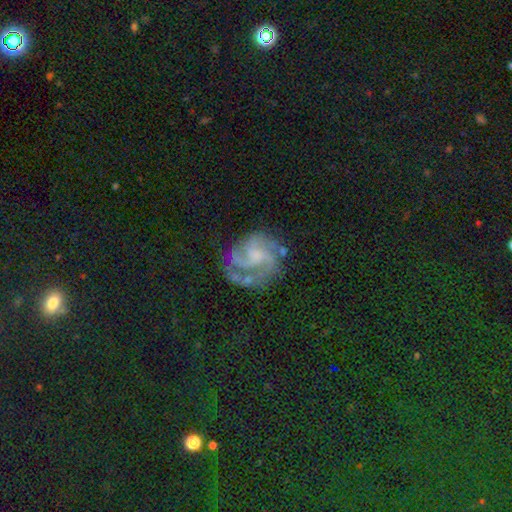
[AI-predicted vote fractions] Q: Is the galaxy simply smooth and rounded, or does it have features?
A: featured or disk — 82%.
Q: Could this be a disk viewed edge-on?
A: no — 98%.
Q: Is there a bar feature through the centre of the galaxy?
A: no — 52%.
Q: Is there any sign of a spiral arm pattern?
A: yes — 94%.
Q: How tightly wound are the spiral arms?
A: medium — 48%.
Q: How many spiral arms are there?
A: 3 — 42%.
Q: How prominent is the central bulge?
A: small — 40%.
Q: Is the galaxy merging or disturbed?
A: none — 58%.